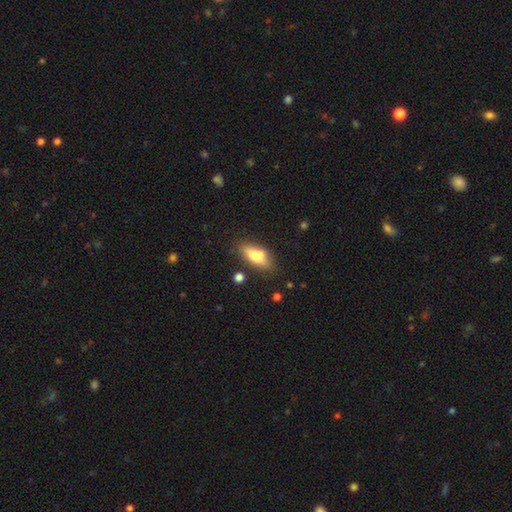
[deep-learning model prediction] This appears to be a smooth galaxy with no disk features (71%) that is in between round and cigar-shaped (73%). Merging: none (67%).